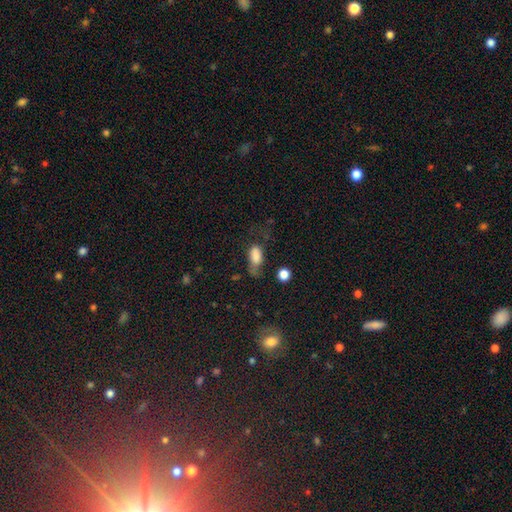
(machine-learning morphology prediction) This appears to be a smooth galaxy with no disk features (79%) that is in between round and cigar-shaped (88%). Merging: major disturbance (32%, tied with none).